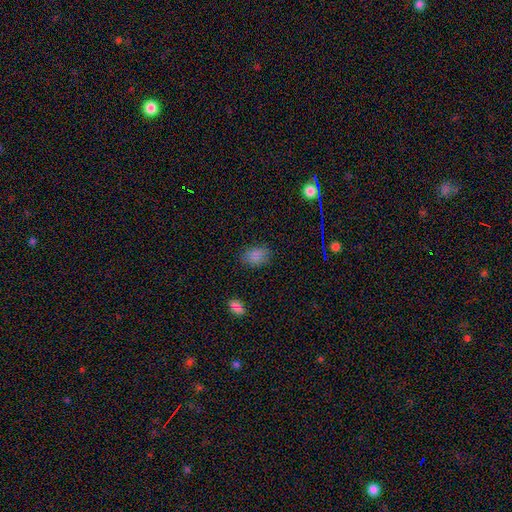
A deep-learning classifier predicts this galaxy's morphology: This is likely a smooth galaxy (73%). How rounded: clearly in between (83%). Merging: clearly none (83%).